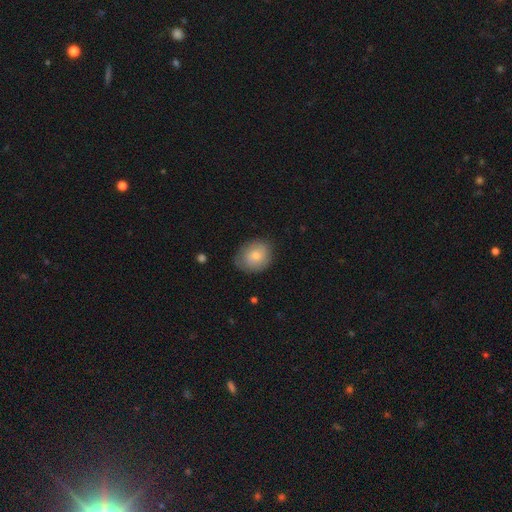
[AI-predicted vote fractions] A smooth galaxy with no disk features (72%) that is round (59%).

Vote fractions:
- Smooth or featured? smooth: 72% / featured or disk: 21% / star or artifact: 7%
- How rounded? round: 59% / in between: 40% / cigar-shaped: 1%
- Merging? none: 72% / minor disturbance: 22% / major disturbance: 5% / merger: 1%